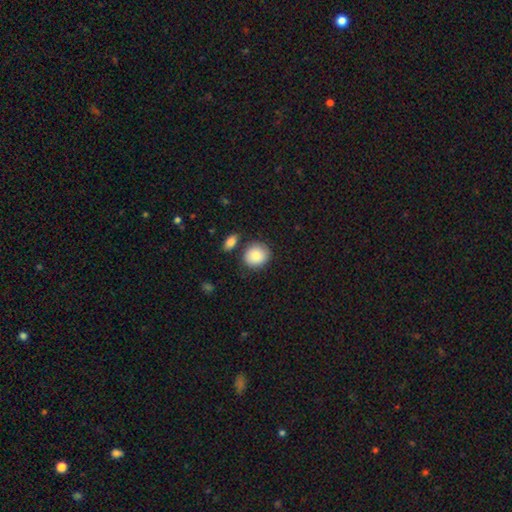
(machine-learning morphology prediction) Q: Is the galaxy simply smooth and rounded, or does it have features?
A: smooth — 84%.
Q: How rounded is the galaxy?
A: round — 80%.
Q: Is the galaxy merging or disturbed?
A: none — 77%.